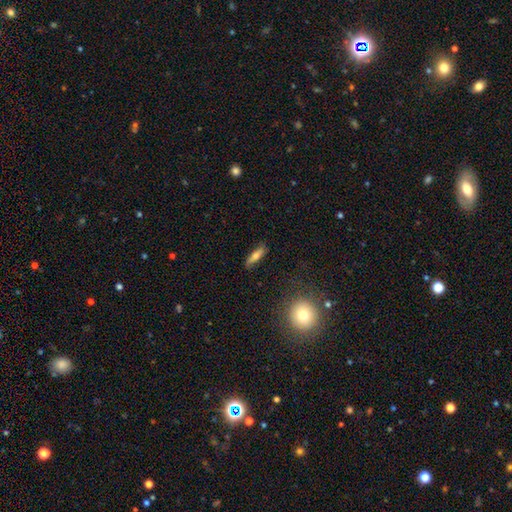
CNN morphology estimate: Overall: smooth (59%; featured or disk 33%). How rounded: cigar-shaped (64%; in between 33%). Merging: none (80%).